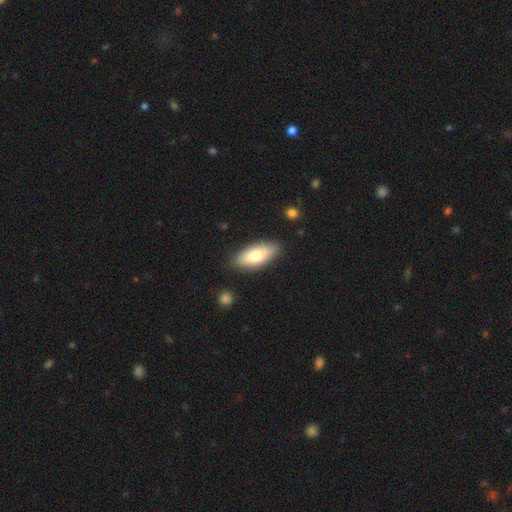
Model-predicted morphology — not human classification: smooth 75%, featured or disk 19%, star or artifact 6%. Down the decision tree: how rounded — in between (82%); merging — none (85%).